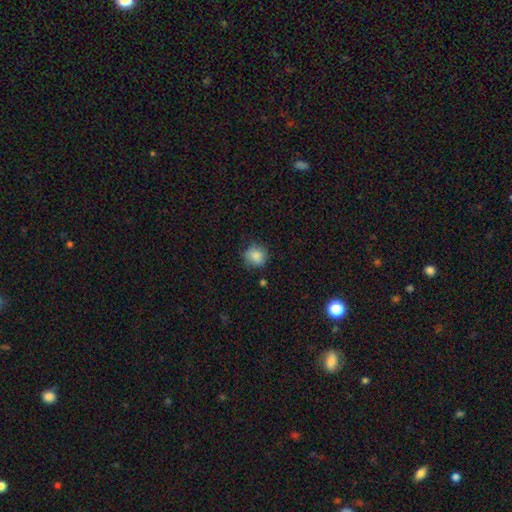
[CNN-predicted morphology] Smooth or featured: smooth — 85% (star or artifact — 9%)
How rounded: round — 84% (in between — 15%)
Merging: none — 76% (minor disturbance — 18%)